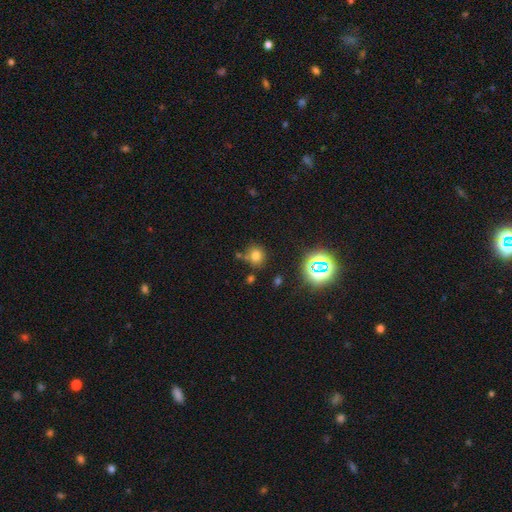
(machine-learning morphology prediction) Smooth or featured: smooth — 71% (star or artifact — 21%)
How rounded: round — 82% (in between — 17%)
Merging: none — 74% (minor disturbance — 13%)